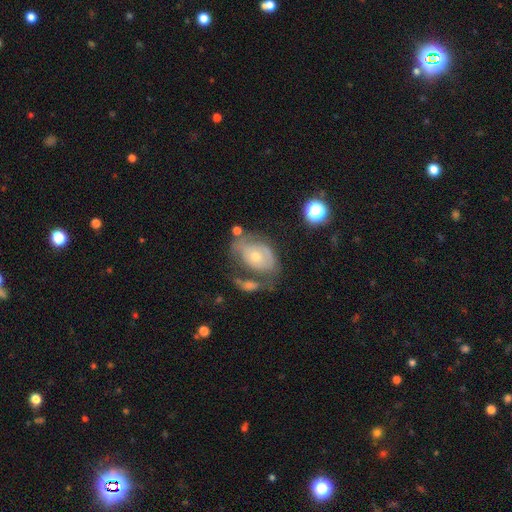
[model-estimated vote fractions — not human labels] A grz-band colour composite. It shows a featured or disk galaxy (58%) with no bar (82%), no spiral arms (52%) and a moderate central bulge (54%). Merging: none (40%).